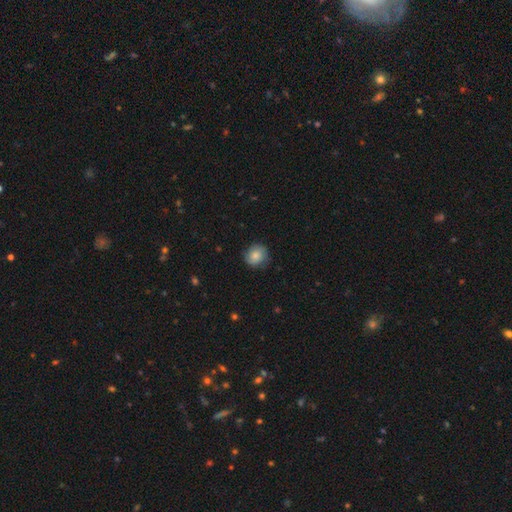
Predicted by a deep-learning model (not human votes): Morphology: type=smooth (70%); roundness=round (83%); merging=none (79%).